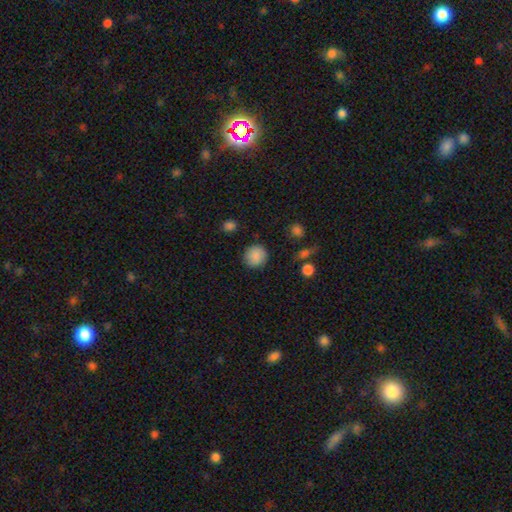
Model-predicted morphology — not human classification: smooth 87%, star or artifact 9%, featured or disk 4%. Down the decision tree: how rounded — round (88%); merging — none (86%).